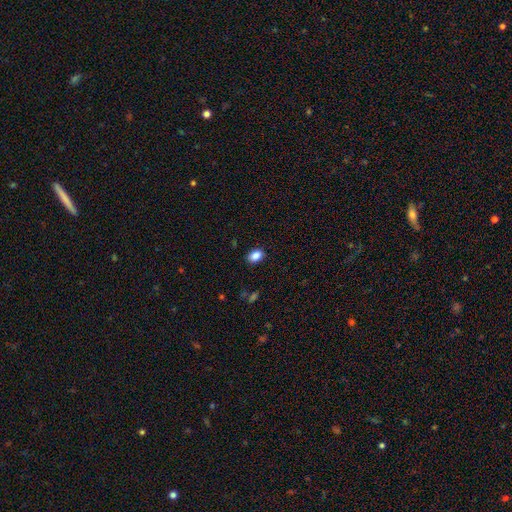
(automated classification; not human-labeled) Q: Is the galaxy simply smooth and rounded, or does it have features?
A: smooth — 87%.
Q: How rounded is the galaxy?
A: in between — 81%.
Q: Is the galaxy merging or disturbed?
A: none — 88%.